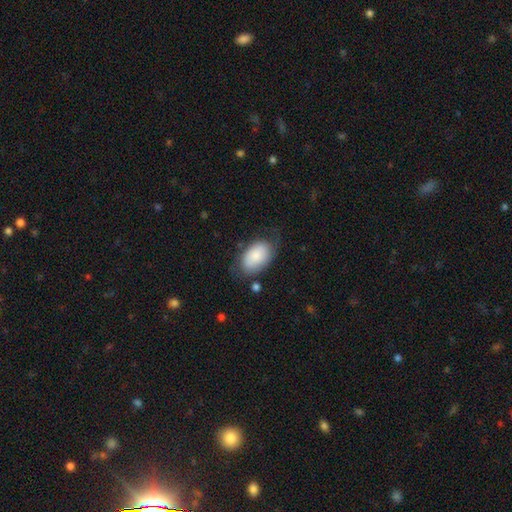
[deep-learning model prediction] This appears to be a smooth galaxy with no disk features (81%) that is in between round and cigar-shaped (93%). Merging: none (61%).